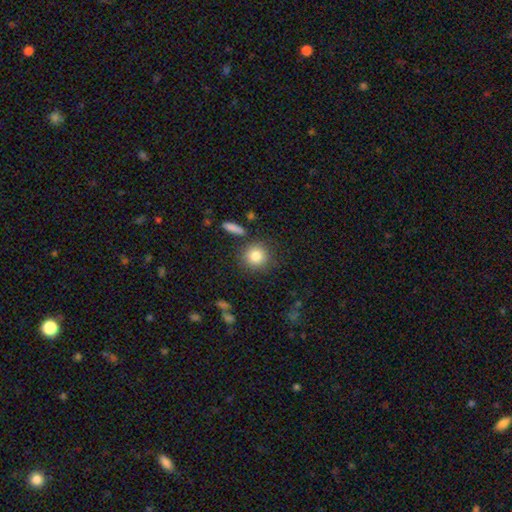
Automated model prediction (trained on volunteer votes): Q: Smooth or featured?
A: smooth (84%); runner-up: star or artifact (9%)
Q: How rounded?
A: round (90%); runner-up: in between (8%)
Q: Merging?
A: none (83%); runner-up: minor disturbance (9%)